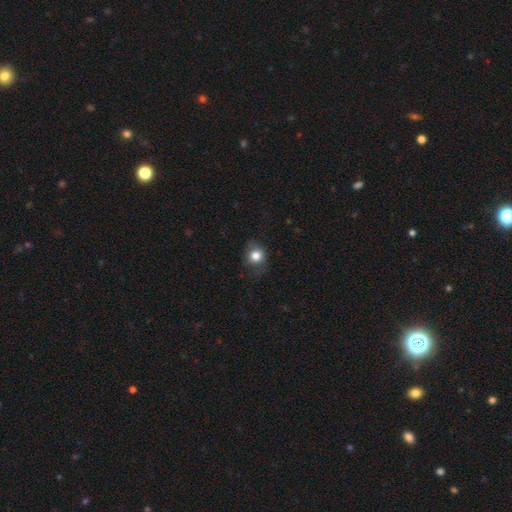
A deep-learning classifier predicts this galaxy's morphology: type=smooth (79%); roundness=round (71%); merging=none (67%).